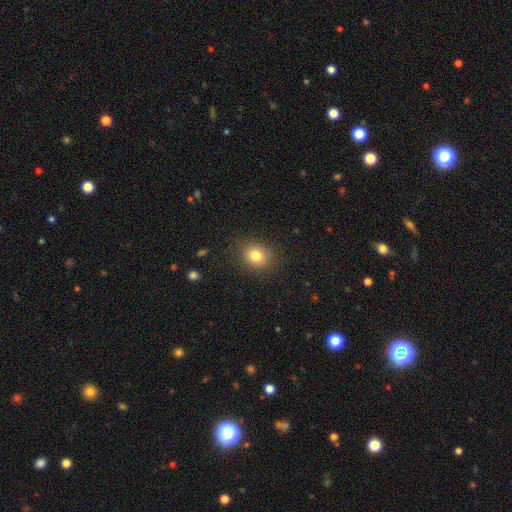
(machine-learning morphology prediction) smooth 81%, star or artifact 11%, featured or disk 8%. Down the decision tree: how rounded — round (64%); merging — none (86%).